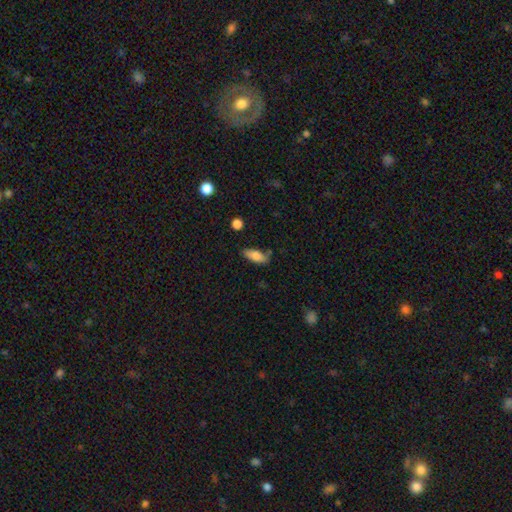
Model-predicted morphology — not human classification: Overall: smooth (80%). How rounded: in between (78%). Merging: none (71%).